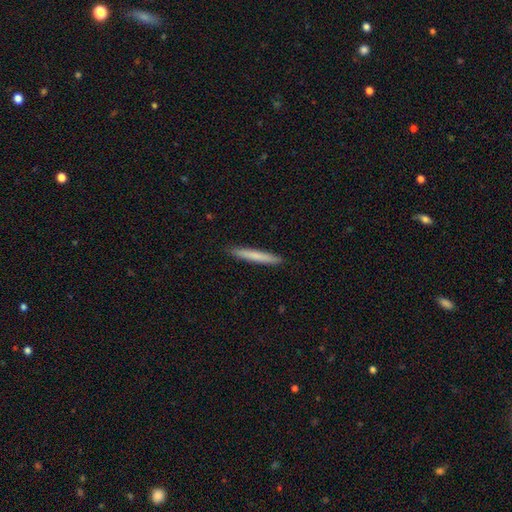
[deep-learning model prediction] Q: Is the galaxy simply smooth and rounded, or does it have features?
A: smooth — 74%.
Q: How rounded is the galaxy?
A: cigar-shaped — 96%.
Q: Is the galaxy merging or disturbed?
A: none — 91%.